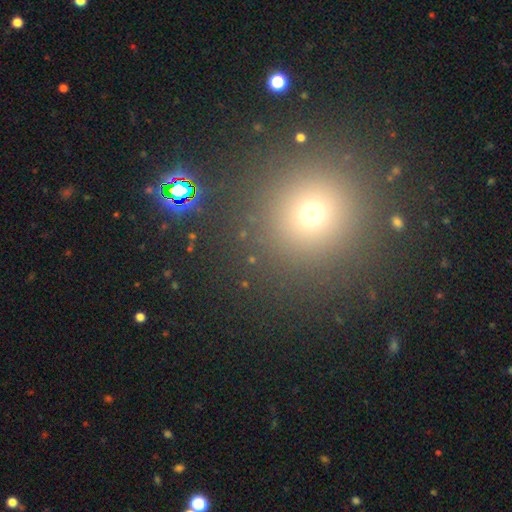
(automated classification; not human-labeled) A smooth galaxy with no disk features (59%) that is round (94%).

Vote fractions:
- Smooth or featured? smooth: 59% / star or artifact: 33% / featured or disk: 8%
- How rounded? round: 94% / in between: 5% / cigar-shaped: 1%
- Merging? none: 90% / minor disturbance: 5% / major disturbance: 3% / merger: 2%